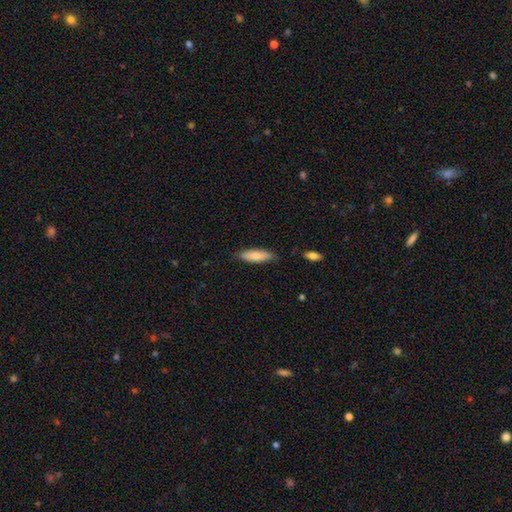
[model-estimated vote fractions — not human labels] Smooth or featured?
  - smooth: 79% *
  - featured or disk: 15%
  - star or artifact: 6%
How rounded?
  - in between: 50% *
  - cigar-shaped: 49%
  - round: 2%
Merging?
  - none: 79% *
  - minor disturbance: 16%
  - major disturbance: 3%
  - merger: 2%